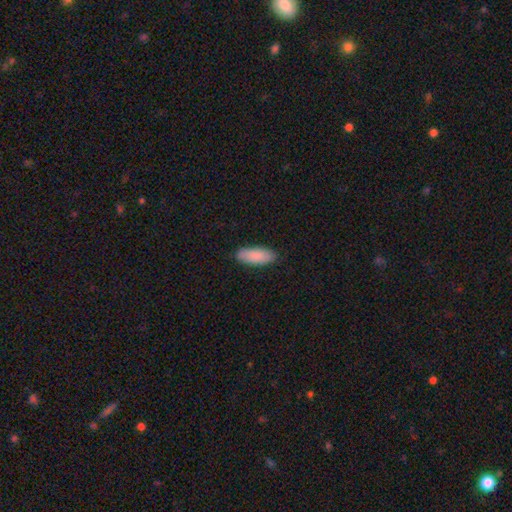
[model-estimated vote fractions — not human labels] A smooth galaxy with no disk features (89%) that is in between round and cigar-shaped (73%). Merging: none (88%).